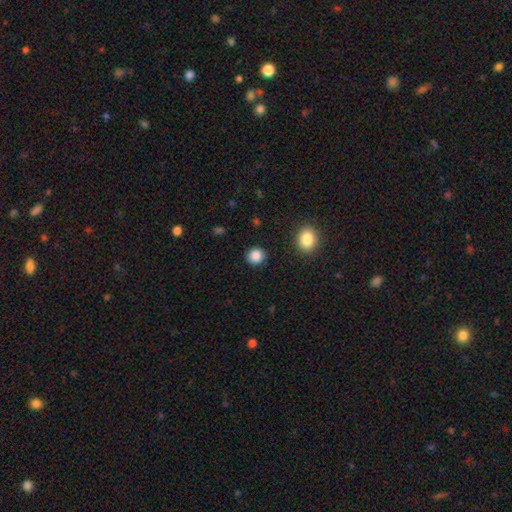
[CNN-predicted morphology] A smooth galaxy with no disk features (87%) that is round (90%).

Vote fractions:
- Smooth or featured? smooth: 87% / star or artifact: 10% / featured or disk: 3%
- How rounded? round: 90% / in between: 9% / cigar-shaped: 1%
- Merging? none: 90% / minor disturbance: 6% / major disturbance: 2% / merger: 1%